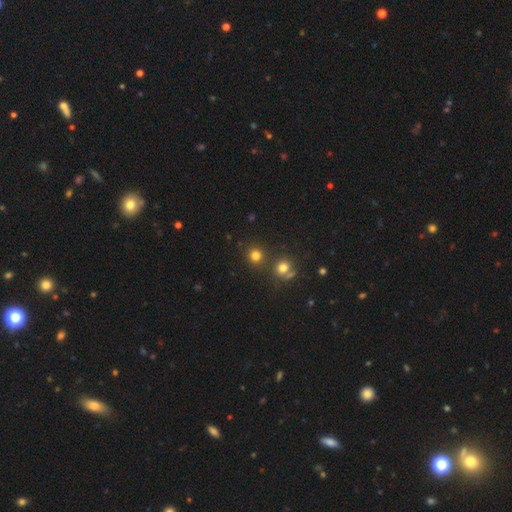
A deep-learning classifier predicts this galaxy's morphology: A smooth galaxy with no disk features (77%) that is round (91%).

Vote fractions:
- Smooth or featured? smooth: 77% / star or artifact: 17% / featured or disk: 6%
- How rounded? round: 91% / in between: 8% / cigar-shaped: 1%
- Merging? none: 76% / merger: 14% / minor disturbance: 7% / major disturbance: 3%